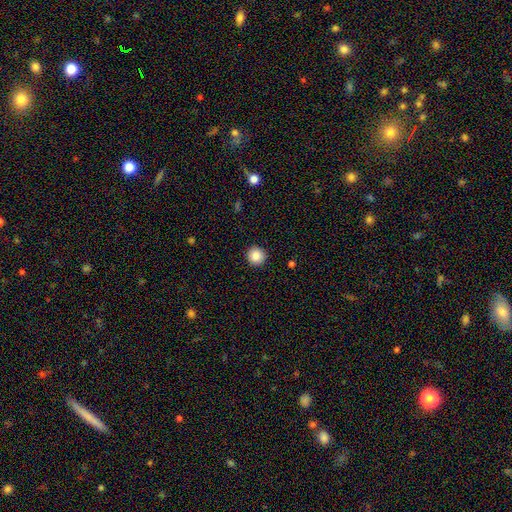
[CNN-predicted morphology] Smooth or featured: smooth — 86% (star or artifact — 9%)
How rounded: round — 95% (in between — 4%)
Merging: none — 93% (minor disturbance — 5%)